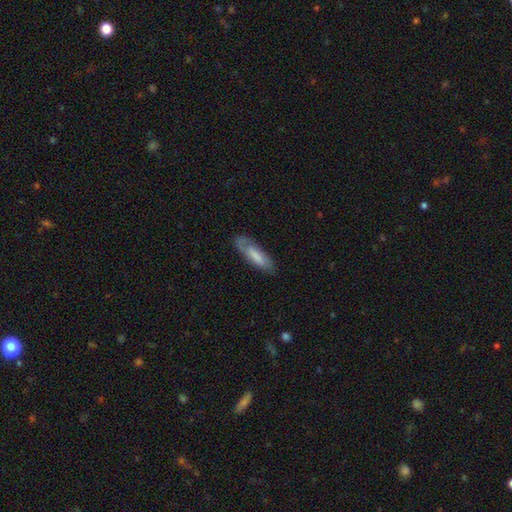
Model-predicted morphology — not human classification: Smooth or featured? smooth (64%)
How rounded? cigar-shaped (52%)
Merging? none (73%)